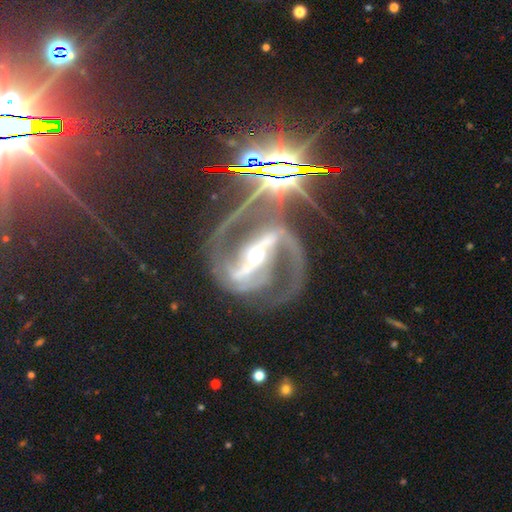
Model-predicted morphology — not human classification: smooth-or-featured: featured or disk: 87% | star or artifact: 10% | smooth: 3%
  disk-edge-on: no: 95% | yes: 5%
    bar: strong: 82% | weak: 12% | no: 6%
    has-spiral-arms: yes: 97% | no: 3%
      spiral-winding: medium: 58% | tight: 27% | loose: 16%
      spiral-arm-count: 2: 91% | 3: 3% | can't tell: 2% | 1: 2% | 4: 1% | more than 4: 1%
    bulge-size: moderate: 61% | small: 32% | large: 4% | dominant: 1% | none: 1%
  merging: none: 71% | minor disturbance: 14% | major disturbance: 12% | merger: 4%